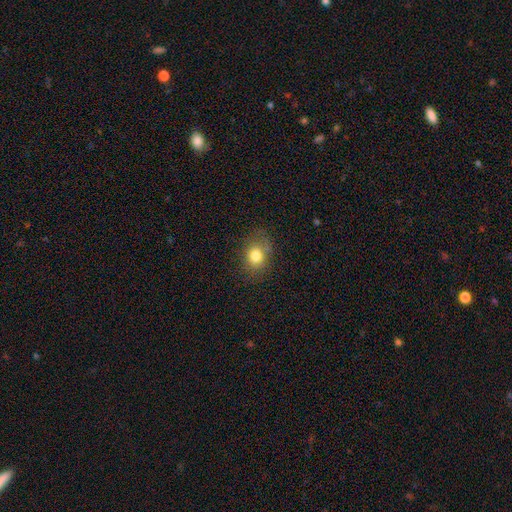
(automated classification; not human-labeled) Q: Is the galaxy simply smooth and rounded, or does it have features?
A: smooth — 79%.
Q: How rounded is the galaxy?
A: in between — 54%.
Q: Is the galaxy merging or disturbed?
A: none — 76%.